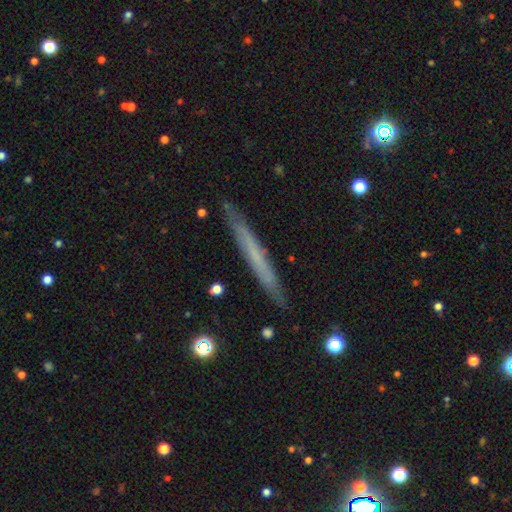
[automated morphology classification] smooth 47%, featured or disk 46%, star or artifact 7%. Down the decision tree: merging — none (89%).